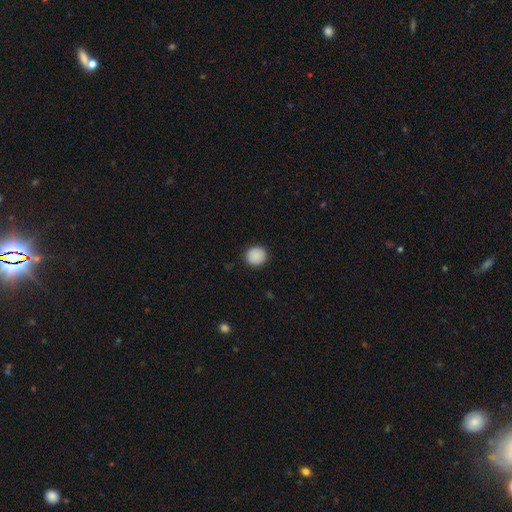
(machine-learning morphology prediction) A smooth galaxy with no disk features (89%) that is round (91%). Merging: none (90%).